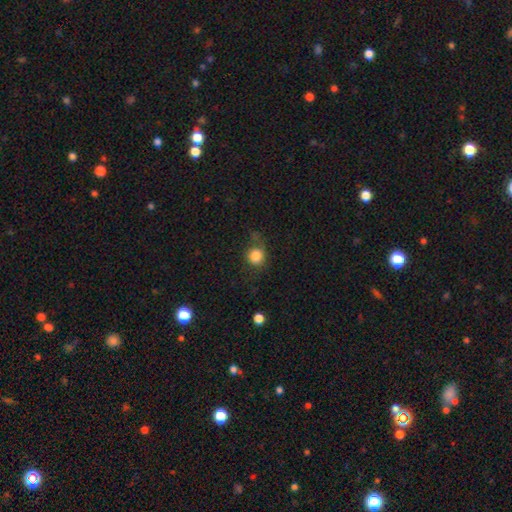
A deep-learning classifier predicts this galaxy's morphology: The model was most divided on "merging": none: 57%, minor disturbance: 24%, major disturbance: 15%, merger: 4%. More confident: how rounded — round (85%); smooth or featured — smooth (82%).